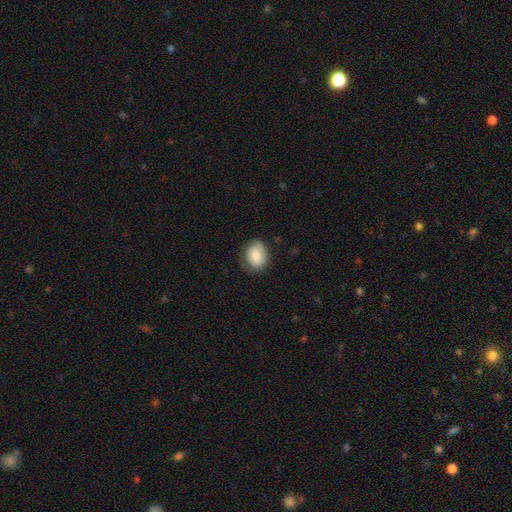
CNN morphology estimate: type=smooth (76%); roundness=in between (60%); merging=none (72%).